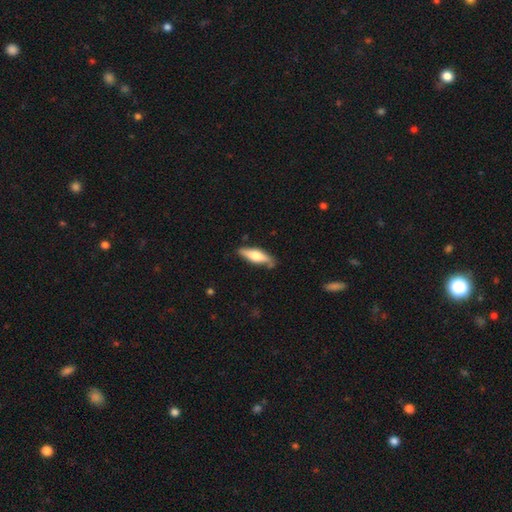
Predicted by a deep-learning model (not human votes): Smooth or featured?
  - smooth: 53% *
  - featured or disk: 42%
  - star or artifact: 5%
How rounded?
  - cigar-shaped: 59% *
  - in between: 39%
  - round: 2%
Merging?
  - none: 76% *
  - minor disturbance: 18%
  - major disturbance: 3%
  - merger: 2%